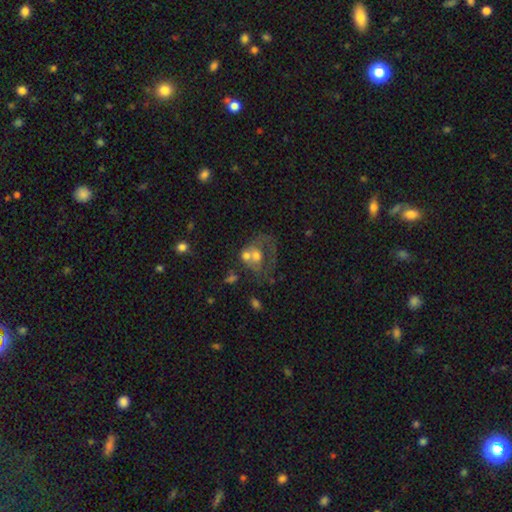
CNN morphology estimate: The model was most divided on "smooth or featured": featured or disk: 47%, smooth: 41%, star or artifact: 12%. Remaining: merging — merger (45%).